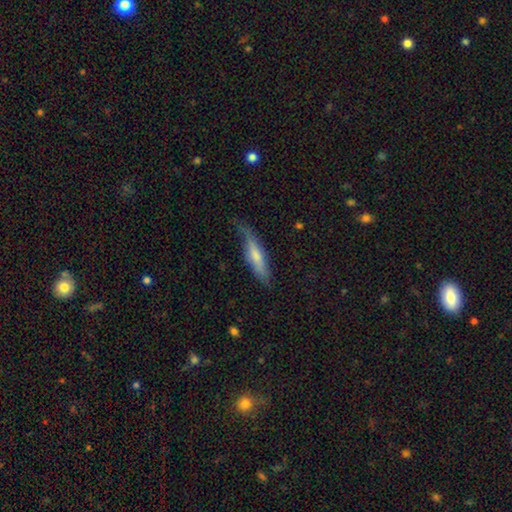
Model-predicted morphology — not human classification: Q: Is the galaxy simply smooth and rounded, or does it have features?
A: smooth — 55%.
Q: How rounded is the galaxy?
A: cigar-shaped — 80%.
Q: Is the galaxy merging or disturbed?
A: none — 59%.